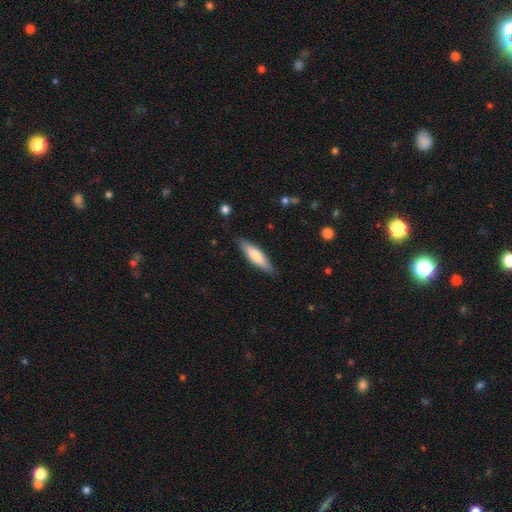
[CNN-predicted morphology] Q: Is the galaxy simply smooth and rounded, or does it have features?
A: smooth — 70%.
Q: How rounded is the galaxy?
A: cigar-shaped — 68%.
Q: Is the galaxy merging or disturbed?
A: none — 86%.